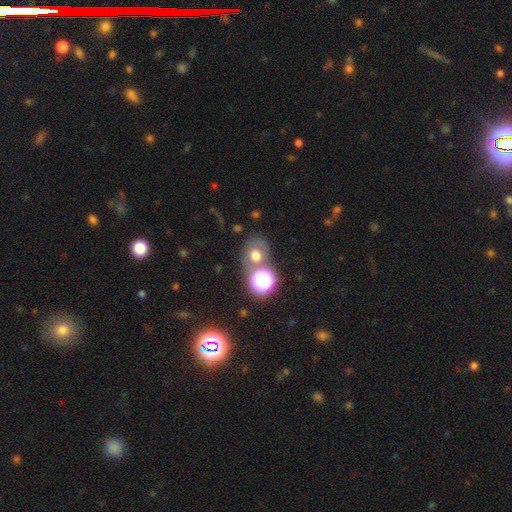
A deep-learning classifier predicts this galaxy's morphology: smooth-or-featured: smooth: 63% | star or artifact: 21% | featured or disk: 16%
  how-rounded: round: 67% | in between: 32% | cigar-shaped: 1%
  merging: none: 53% | merger: 25% | minor disturbance: 13% | major disturbance: 8%